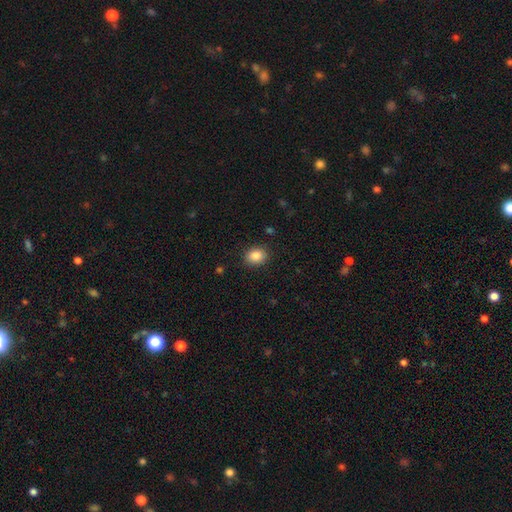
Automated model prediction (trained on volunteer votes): This appears to be a smooth galaxy with no disk features (86%) that is in between round and cigar-shaped (51%). Merging: none (87%).